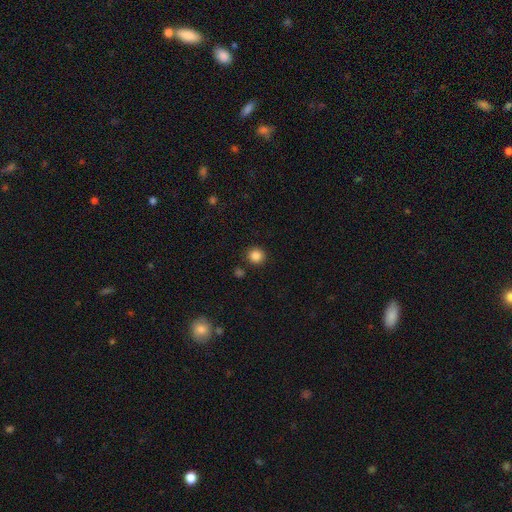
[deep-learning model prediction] Q: Smooth or featured?
A: smooth (86%); runner-up: star or artifact (11%)
Q: How rounded?
A: round (93%); runner-up: in between (6%)
Q: Merging?
A: none (89%); runner-up: minor disturbance (6%)